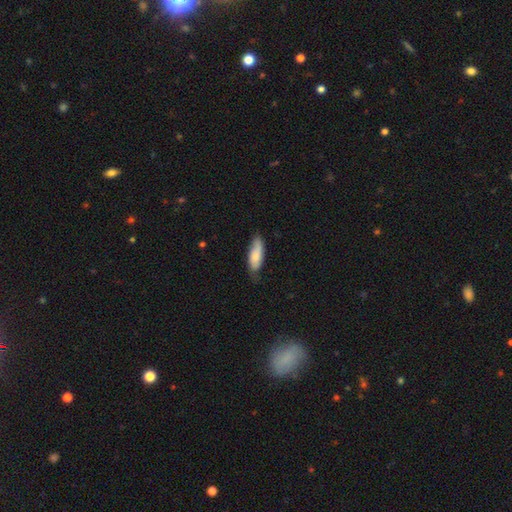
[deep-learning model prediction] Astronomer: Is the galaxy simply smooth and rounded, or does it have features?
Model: smooth — 72%.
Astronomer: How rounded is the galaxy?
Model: in between — 66%.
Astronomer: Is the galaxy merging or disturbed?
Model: none — 64%.